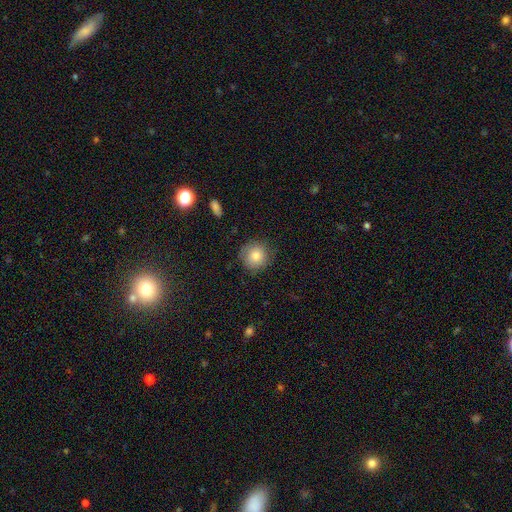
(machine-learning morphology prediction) Q: Smooth or featured?
A: smooth (79%); runner-up: featured or disk (12%)
Q: How rounded?
A: round (92%); runner-up: in between (7%)
Q: Merging?
A: none (82%); runner-up: minor disturbance (13%)